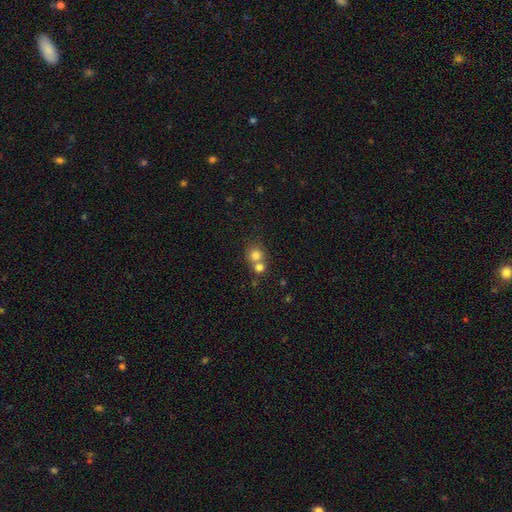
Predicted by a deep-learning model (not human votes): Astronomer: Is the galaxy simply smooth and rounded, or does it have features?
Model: smooth — 77%.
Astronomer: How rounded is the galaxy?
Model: round — 85%.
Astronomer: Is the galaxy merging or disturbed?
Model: merger — 52% (runner-up: none, 40%).